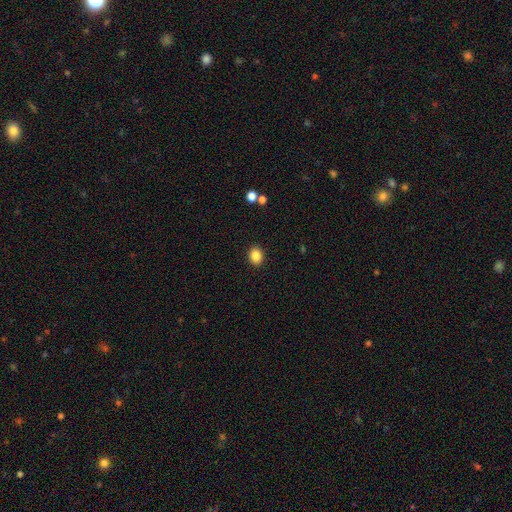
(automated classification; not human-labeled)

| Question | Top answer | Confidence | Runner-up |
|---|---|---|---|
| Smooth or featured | smooth | 86% | star or artifact (10%) |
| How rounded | in between | 53% | round (46%) |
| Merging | none | 90% | minor disturbance (7%) |